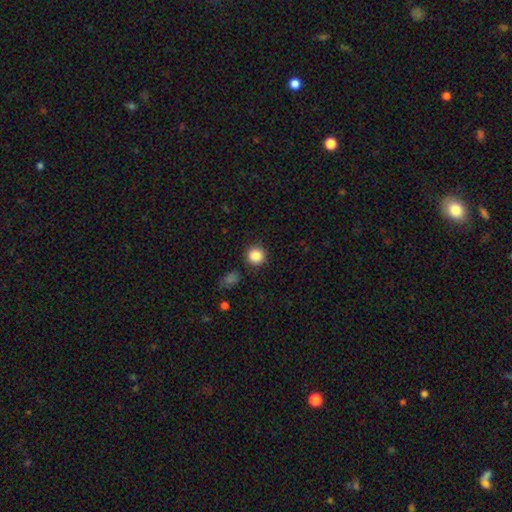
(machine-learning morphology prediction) This appears to be a smooth galaxy with no disk features (86%) that is round (93%). Merging: none (88%).